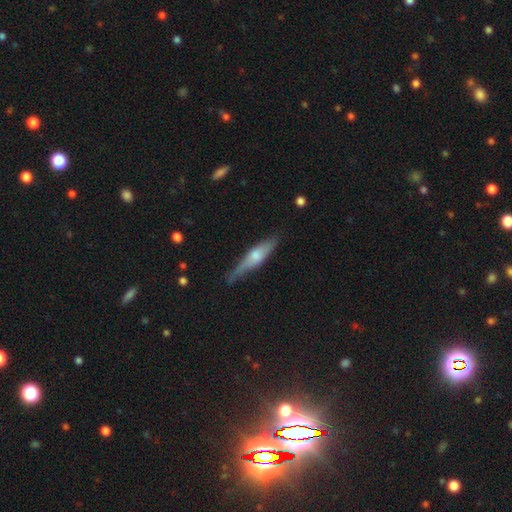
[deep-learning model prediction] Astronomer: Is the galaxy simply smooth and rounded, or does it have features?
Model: featured or disk — 55% (runner-up: smooth, 39%).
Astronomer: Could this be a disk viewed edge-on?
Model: yes — 92%.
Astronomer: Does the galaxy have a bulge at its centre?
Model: rounded — 81%.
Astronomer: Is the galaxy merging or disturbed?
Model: none — 70%.